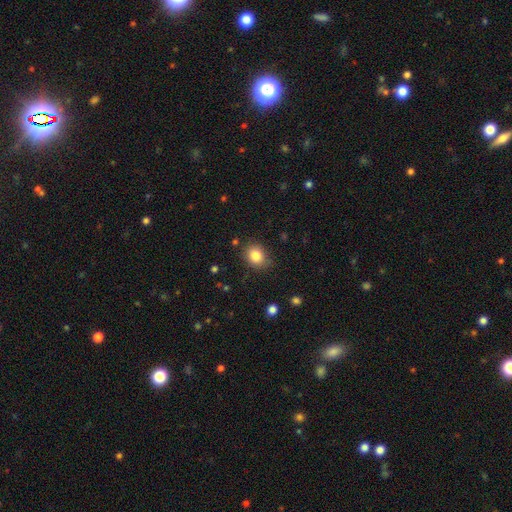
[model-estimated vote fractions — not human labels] Overall: smooth (83%). How rounded: round (64%; in between 35%). Merging: none (77%).